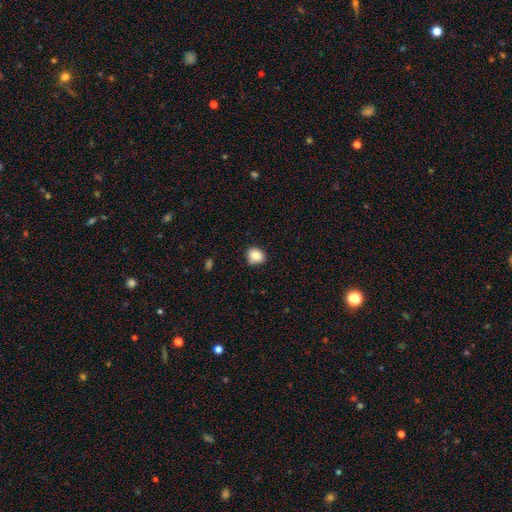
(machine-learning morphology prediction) Smooth or featured: smooth — 86% (star or artifact — 9%)
How rounded: round — 73% (in between — 26%)
Merging: none — 79% (minor disturbance — 16%)